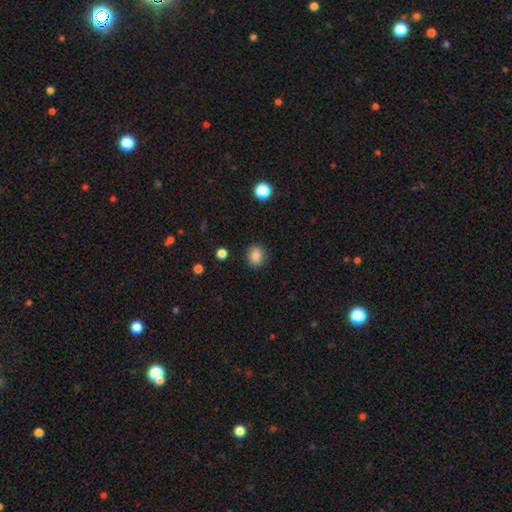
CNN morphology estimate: smooth 86%, star or artifact 10%, featured or disk 4%. Down the decision tree: how rounded — round (59%); merging — none (88%).